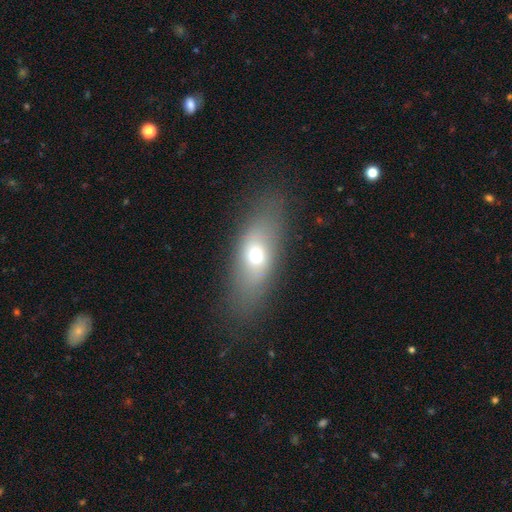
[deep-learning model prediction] Smooth or featured: smooth — 63% (featured or disk — 26%)
How rounded: in between — 73% (cigar-shaped — 16%)
Merging: none — 77% (minor disturbance — 14%)